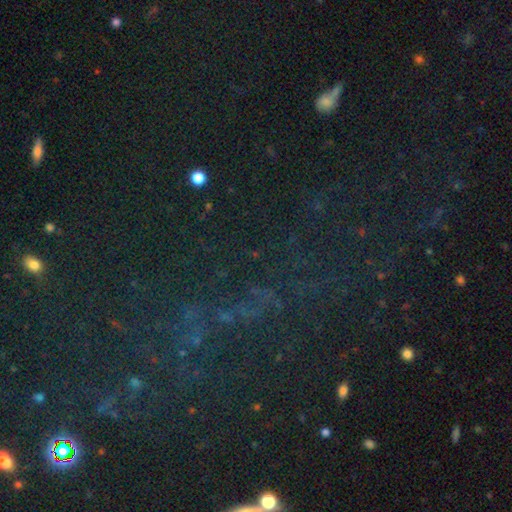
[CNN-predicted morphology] Q: Smooth or featured?
A: star or artifact (75%); runner-up: smooth (15%)